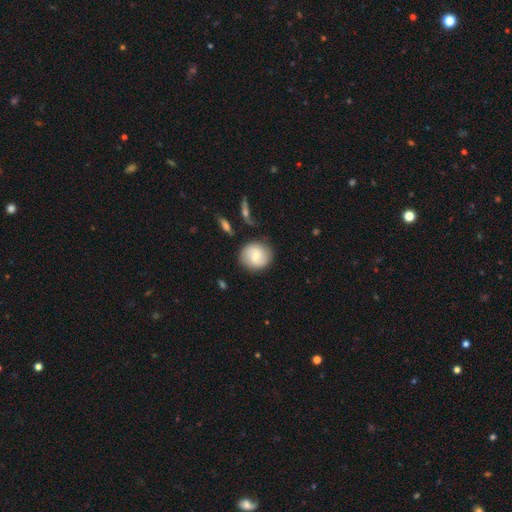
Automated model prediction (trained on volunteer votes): Morphology: type=smooth (58%); roundness=round (82%); merging=none (83%).